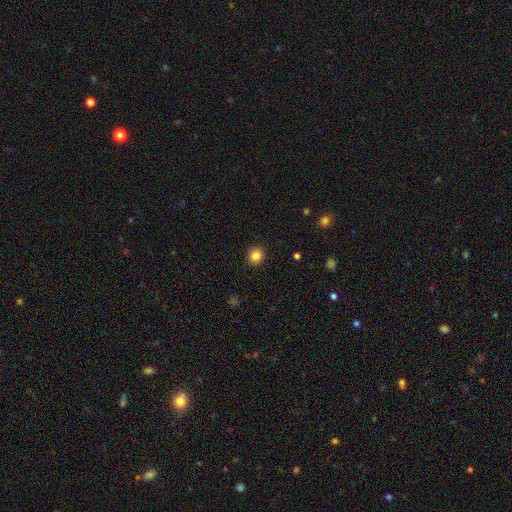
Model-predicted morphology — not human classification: Smooth or featured: smooth — 85% (star or artifact — 11%)
How rounded: round — 88% (in between — 11%)
Merging: none — 92% (minor disturbance — 6%)